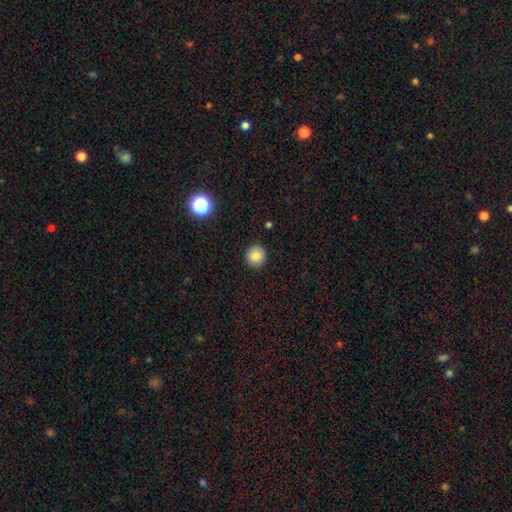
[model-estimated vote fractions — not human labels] Smooth or featured? smooth (84%)
How rounded? round (92%)
Merging? none (91%)